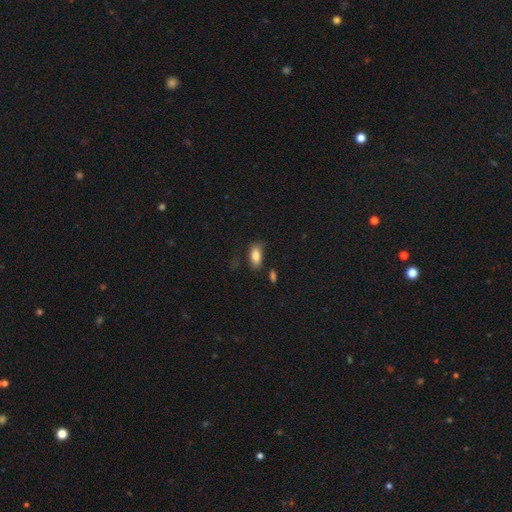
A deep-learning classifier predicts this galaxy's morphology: Smooth or featured: smooth — 84% (featured or disk — 9%)
How rounded: in between — 89% (cigar-shaped — 7%)
Merging: none — 68% (minor disturbance — 21%)